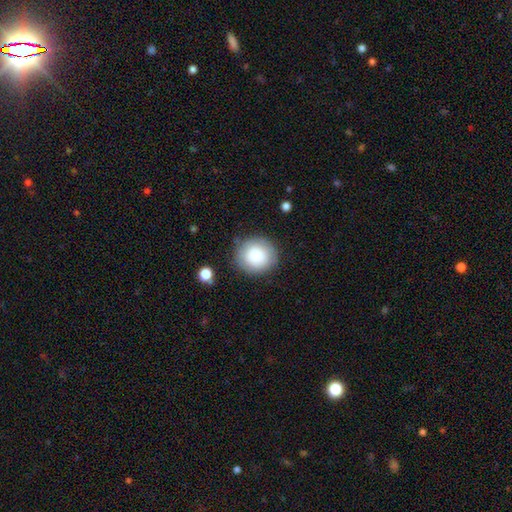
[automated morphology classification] smooth-or-featured: smooth: 80% | featured or disk: 12% | star or artifact: 8%
  how-rounded: round: 90% | in between: 9% | cigar-shaped: 1%
  merging: none: 82% | minor disturbance: 12% | major disturbance: 4% | merger: 2%